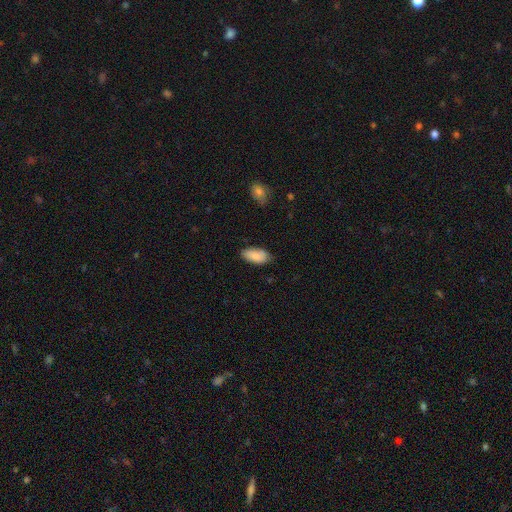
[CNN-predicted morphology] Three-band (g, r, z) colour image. It shows a smooth galaxy with no disk features (86%) that is in between round and cigar-shaped (94%). Merging: none (76%).